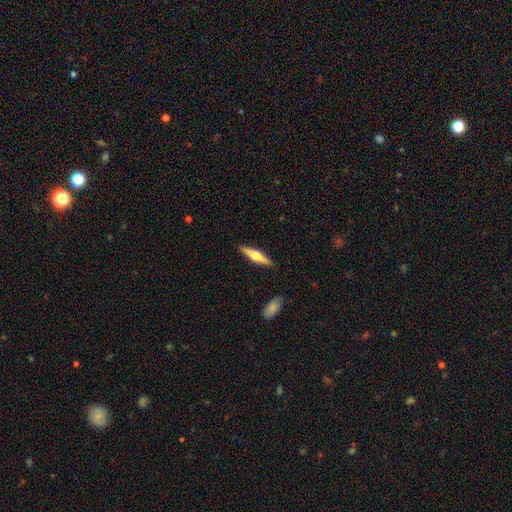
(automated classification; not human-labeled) smooth_or_featured: featured or disk (p=0.60) [alt: smooth p=0.34]
disk_edge_on: yes (p=0.96) [alt: no p=0.04]
edge_on_bulge: rounded (p=0.93) [alt: boxy p=0.04]
merging: none (p=0.90) [alt: minor disturbance p=0.07]